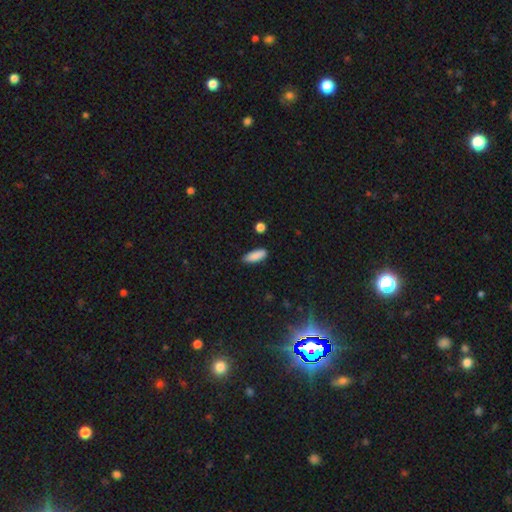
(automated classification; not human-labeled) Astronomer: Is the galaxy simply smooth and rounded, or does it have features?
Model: smooth — 87%.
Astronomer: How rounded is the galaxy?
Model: in between — 61% (runner-up: cigar-shaped, 37%).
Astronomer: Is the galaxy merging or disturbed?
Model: none — 81%.